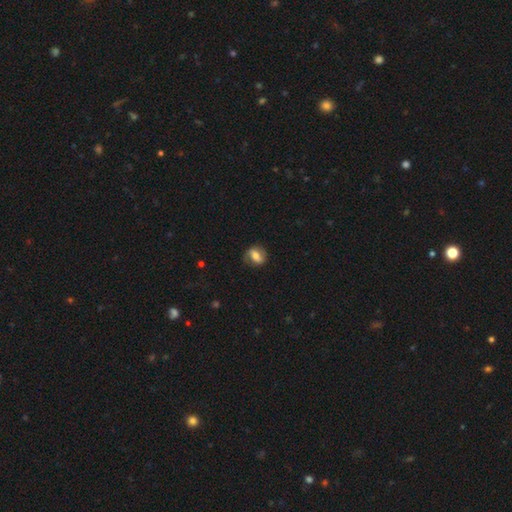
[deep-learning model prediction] Smooth or featured?
  - featured or disk: 47% *
  - smooth: 45%
  - star or artifact: 8%
Merging?
  - none: 74% *
  - minor disturbance: 18%
  - major disturbance: 7%
  - merger: 1%